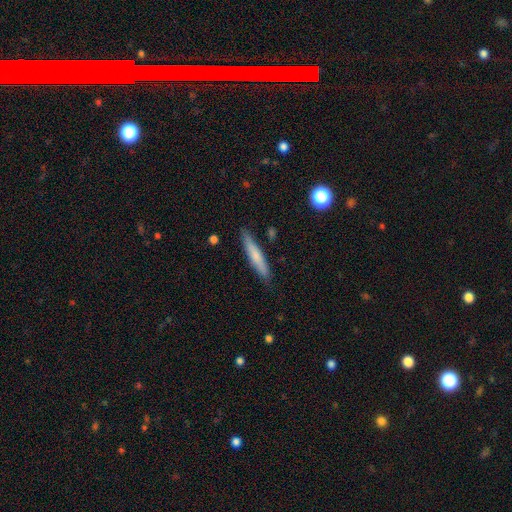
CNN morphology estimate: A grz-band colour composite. It shows a smooth galaxy with no disk features (68%) that is cigar-shaped (92%). Merging: none (86%).